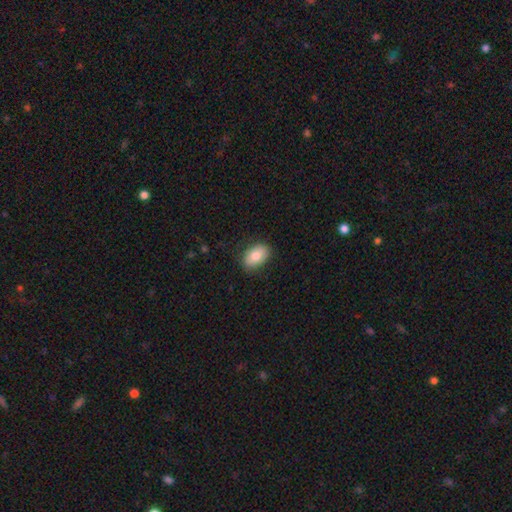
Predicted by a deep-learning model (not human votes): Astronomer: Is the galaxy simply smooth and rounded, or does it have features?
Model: smooth — 80%.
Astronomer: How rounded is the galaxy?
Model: in between — 85%.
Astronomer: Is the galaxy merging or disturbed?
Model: none — 85%.